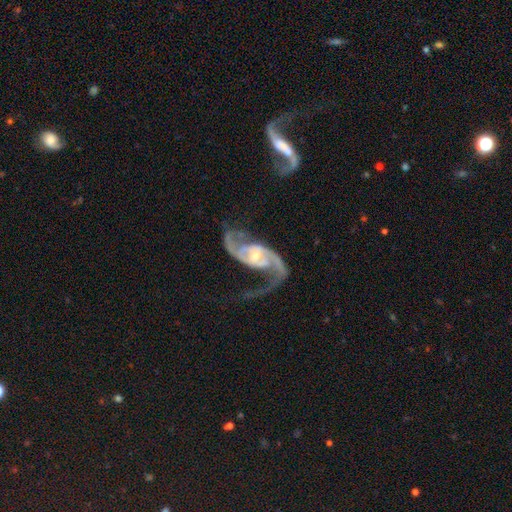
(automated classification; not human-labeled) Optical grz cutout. It shows a featured or disk galaxy (93%) with no bar (42%), 2 (92%) loose (45%) spiral arms (98%) and a small central bulge (60%). Merging: none (58%).